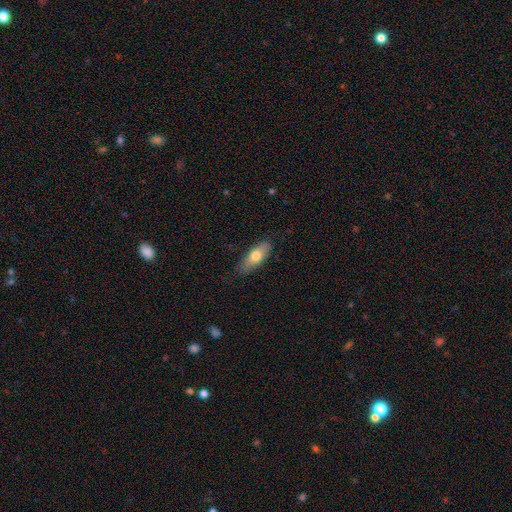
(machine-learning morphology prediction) smooth-or-featured: smooth: 69% | featured or disk: 24% | star or artifact: 6%
  how-rounded: in between: 70% | cigar-shaped: 27% | round: 3%
  merging: none: 80% | minor disturbance: 16% | major disturbance: 3% | merger: 1%